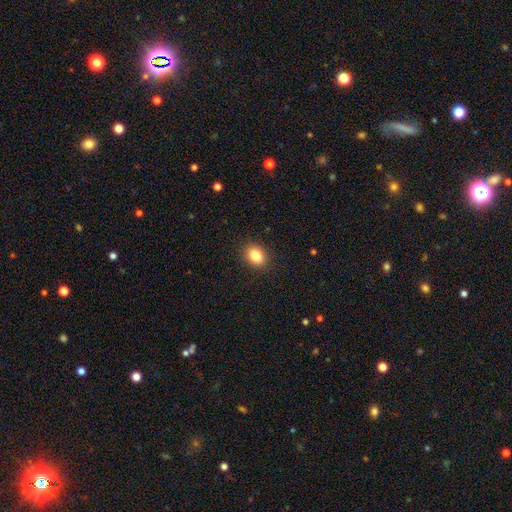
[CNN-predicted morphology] smooth-or-featured: smooth: 85% | star or artifact: 9% | featured or disk: 6%
  how-rounded: in between: 67% | round: 32% | cigar-shaped: 1%
  merging: none: 89% | minor disturbance: 8% | major disturbance: 2% | merger: 1%